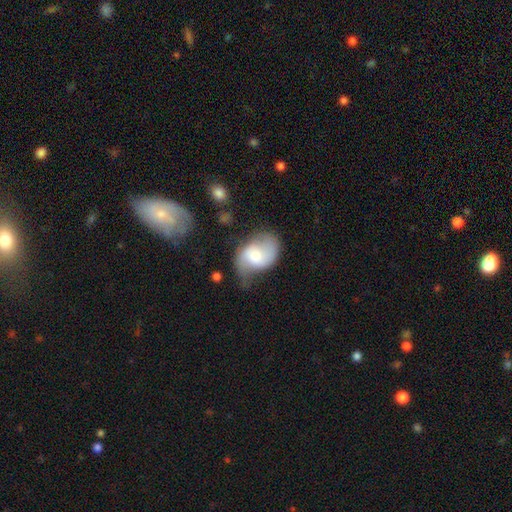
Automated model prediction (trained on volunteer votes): smooth_or_featured: featured or disk (p=0.55) [alt: smooth p=0.38]
disk_edge_on: no (p=0.97) [alt: yes p=0.03]
bar: no (p=0.54) [alt: weak p=0.37]
has_spiral_arms: yes (p=0.84) [alt: no p=0.16]
bulge_size: moderate (p=0.54) [alt: small p=0.24]
merging: none (p=0.42) [alt: minor disturbance p=0.35]